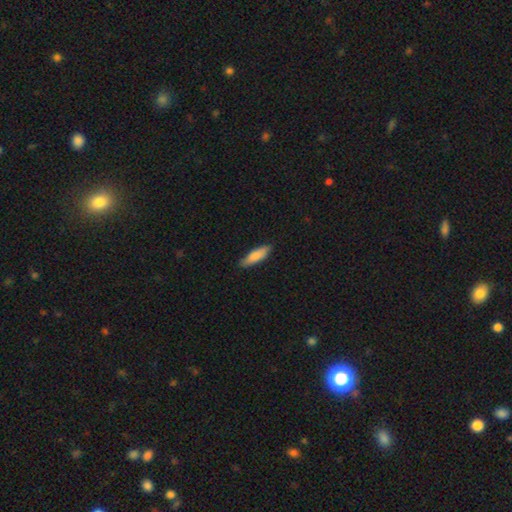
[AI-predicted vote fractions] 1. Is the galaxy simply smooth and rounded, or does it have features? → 84% smooth, 11% featured or disk, 5% star or artifact.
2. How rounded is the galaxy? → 57% cigar-shaped, 42% in between, 2% round.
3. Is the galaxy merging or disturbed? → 87% none, 10% minor disturbance, 2% major disturbance, 1% merger.